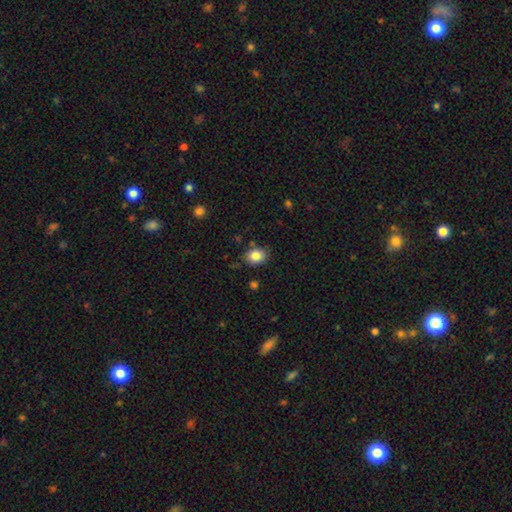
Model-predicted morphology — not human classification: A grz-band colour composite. It shows a smooth galaxy with no disk features (84%) that is round (52%). Merging: none (82%).